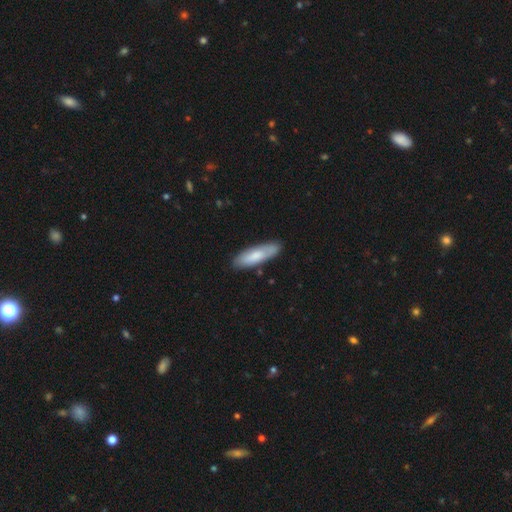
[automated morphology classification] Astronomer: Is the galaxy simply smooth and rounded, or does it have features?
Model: smooth — 75%.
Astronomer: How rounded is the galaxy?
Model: cigar-shaped — 55% (runner-up: in between, 44%).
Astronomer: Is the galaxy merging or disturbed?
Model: none — 82%.